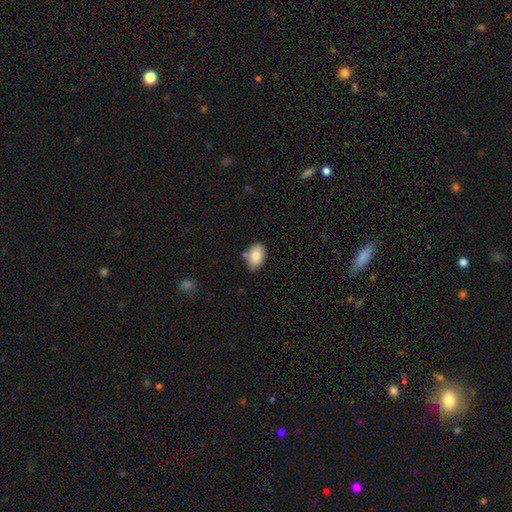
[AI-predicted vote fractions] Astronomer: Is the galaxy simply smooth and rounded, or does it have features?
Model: smooth — 85%.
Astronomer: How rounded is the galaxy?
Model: in between — 91%.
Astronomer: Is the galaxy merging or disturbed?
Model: none — 69%.